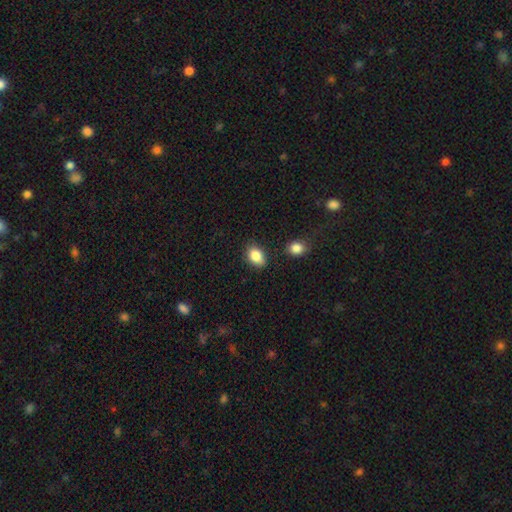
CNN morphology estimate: The model was most divided on "merging": none: 78%, minor disturbance: 15%, merger: 4%, major disturbance: 3%. More confident: smooth or featured — smooth (86%); how rounded — in between (82%).